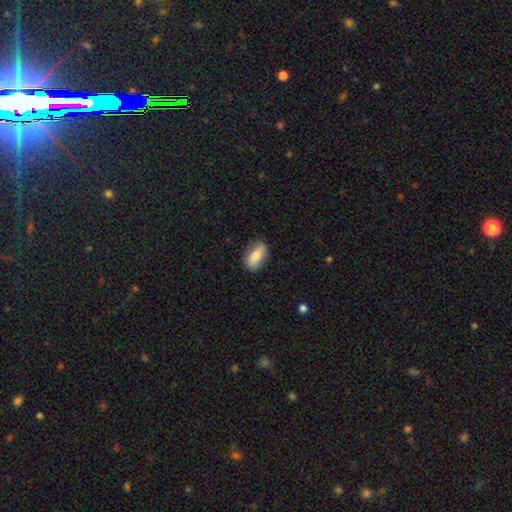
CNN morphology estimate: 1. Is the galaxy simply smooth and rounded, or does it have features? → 75% smooth, 19% featured or disk, 7% star or artifact.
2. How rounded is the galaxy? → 88% in between, 6% round, 5% cigar-shaped.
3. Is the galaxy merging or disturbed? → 82% none, 14% minor disturbance, 3% major disturbance, 1% merger.